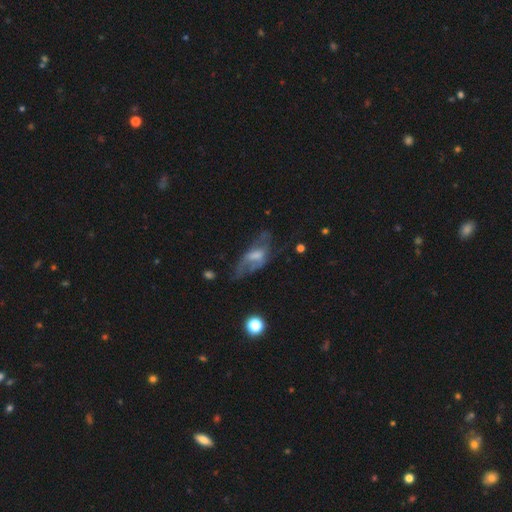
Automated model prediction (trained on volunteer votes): Overall: featured or disk (57%; smooth 33%). Edge-on disk: no (84%). Merging: none (39%; major disturbance 32%).